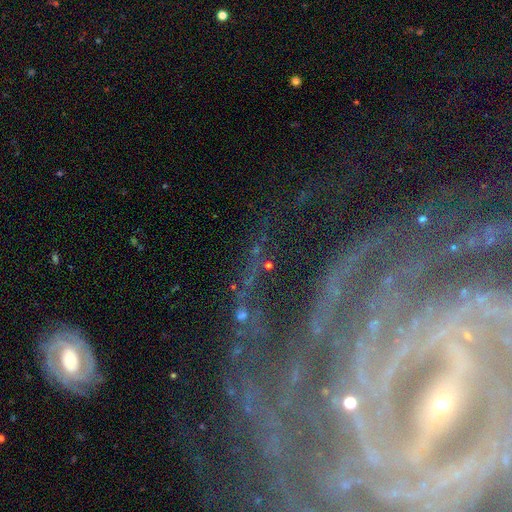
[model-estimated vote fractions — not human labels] featured or disk 71%, star or artifact 18%, smooth 10%. Down the decision tree: edge-on disk — no (92%); bar — strong (38%); spiral arms — yes (94%); spiral arm count — 2 (25%); spiral winding — tight (66%); bulge size — small (63%); merging — none (71%).